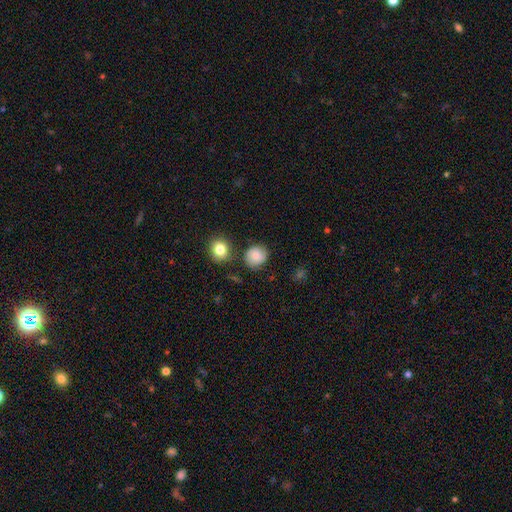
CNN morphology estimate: This appears to be a smooth galaxy with no disk features (73%) that is round (82%). Merging: none (75%).